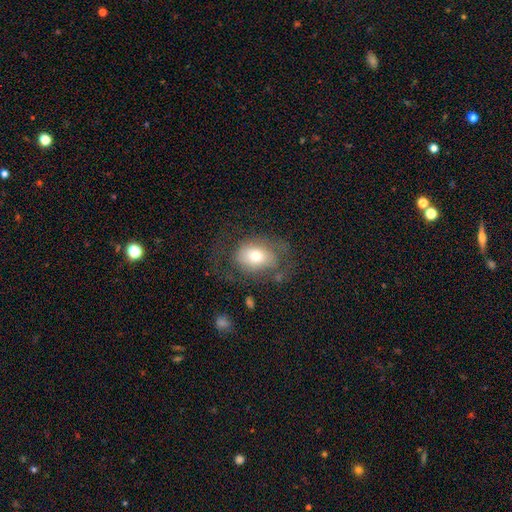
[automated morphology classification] Smooth or featured: smooth — 58% (featured or disk — 34%)
How rounded: in between — 65% (round — 34%)
Merging: none — 40% (major disturbance — 35%)